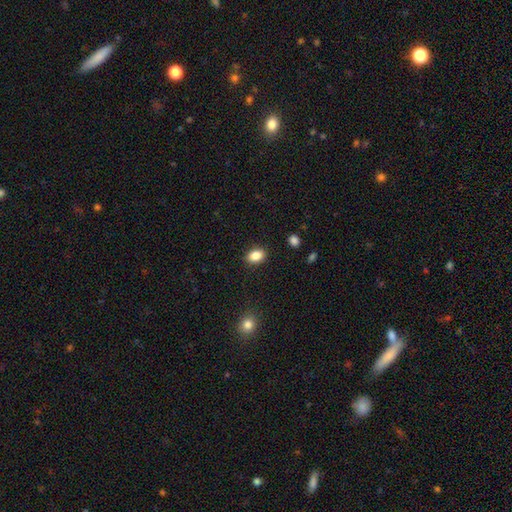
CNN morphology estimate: This is clearly a smooth galaxy (86%). How rounded: likely in between (76%). Merging: clearly none (88%).